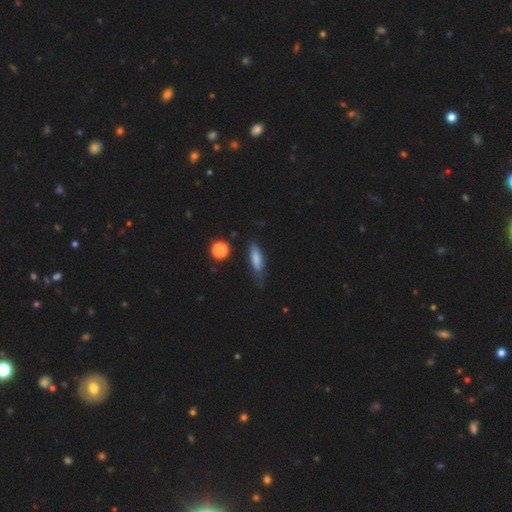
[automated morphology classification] smooth-or-featured: smooth: 74% | featured or disk: 16% | star or artifact: 9%
  how-rounded: cigar-shaped: 58% | in between: 39% | round: 3%
  merging: none: 66% | minor disturbance: 25% | major disturbance: 7% | merger: 2%